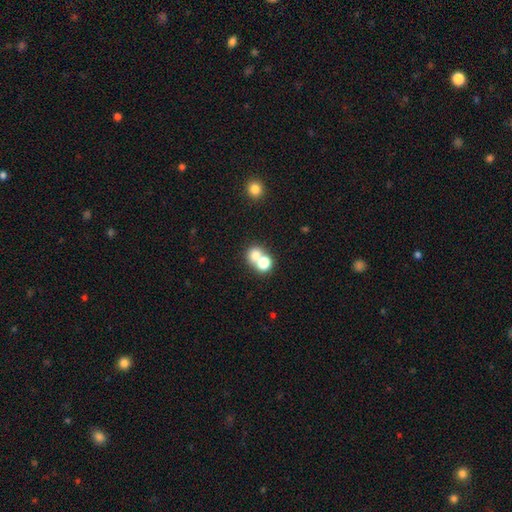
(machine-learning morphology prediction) smooth-or-featured: smooth: 72% | star or artifact: 14% | featured or disk: 14%
  how-rounded: round: 76% | in between: 23% | cigar-shaped: 1%
  merging: merger: 54% | none: 37% | minor disturbance: 6% | major disturbance: 3%